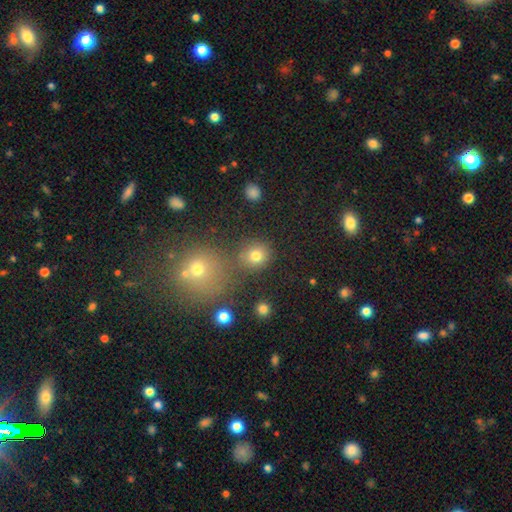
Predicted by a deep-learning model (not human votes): Overall: smooth (76%). How rounded: round (84%). Merging: none (75%).